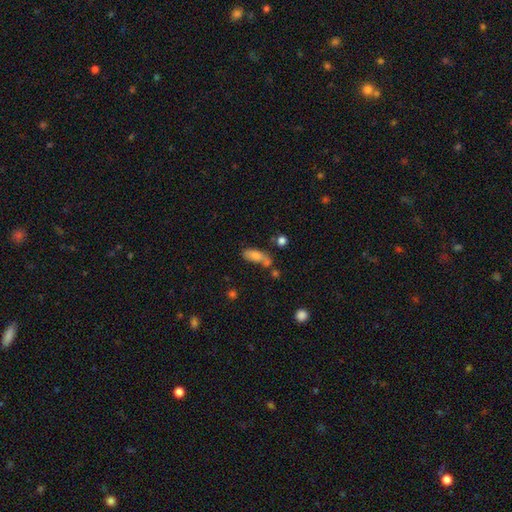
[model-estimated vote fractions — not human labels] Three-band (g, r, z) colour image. It shows a smooth galaxy with no disk features (72%) that is in between round and cigar-shaped (75%). Merging: none (46%).